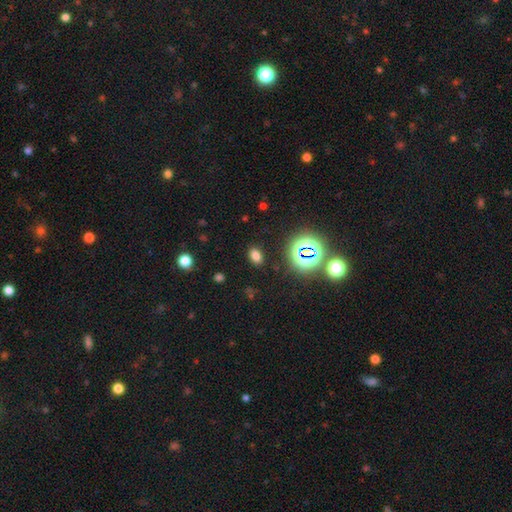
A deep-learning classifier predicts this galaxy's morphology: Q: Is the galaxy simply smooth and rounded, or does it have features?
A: smooth — 69%.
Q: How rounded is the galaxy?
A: in between — 82%.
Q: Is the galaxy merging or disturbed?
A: none — 86%.